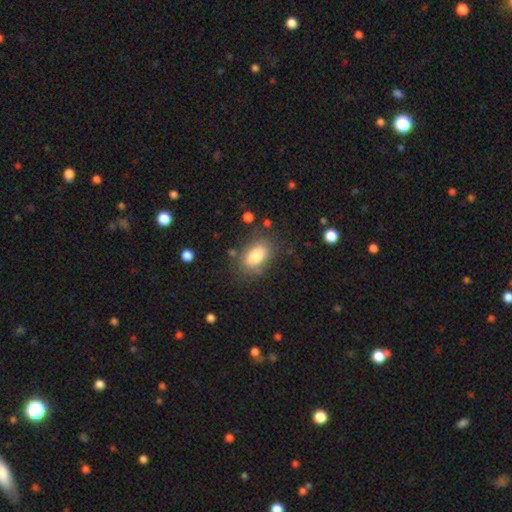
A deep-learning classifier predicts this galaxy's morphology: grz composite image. It shows a smooth galaxy with no disk features (83%) that is in between round and cigar-shaped (89%). Merging: none (75%).